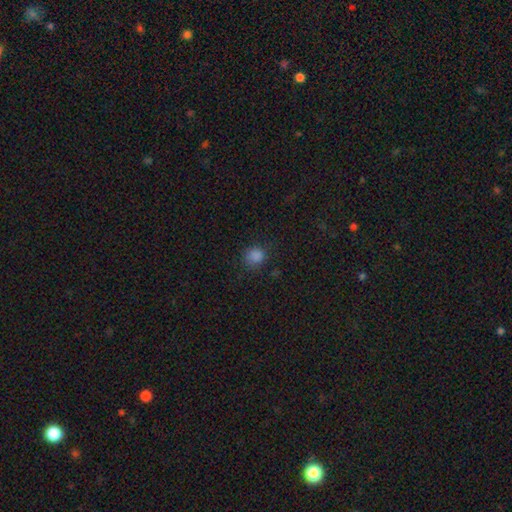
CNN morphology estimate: This appears to be a smooth galaxy with no disk features (82%) that is round (85%). Merging: none (80%).